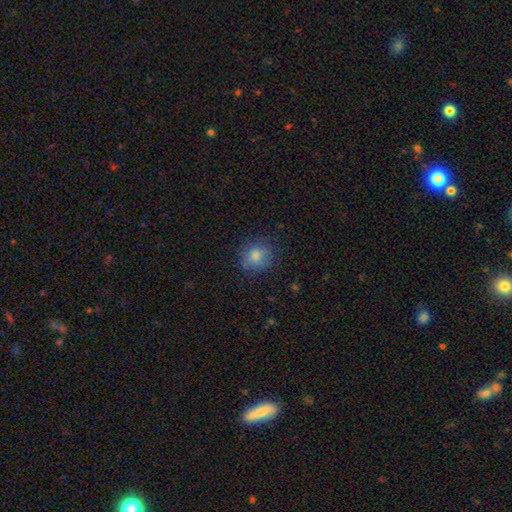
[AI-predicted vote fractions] smooth 82%, star or artifact 11%, featured or disk 7%. Down the decision tree: how rounded — round (79%); merging — none (83%).